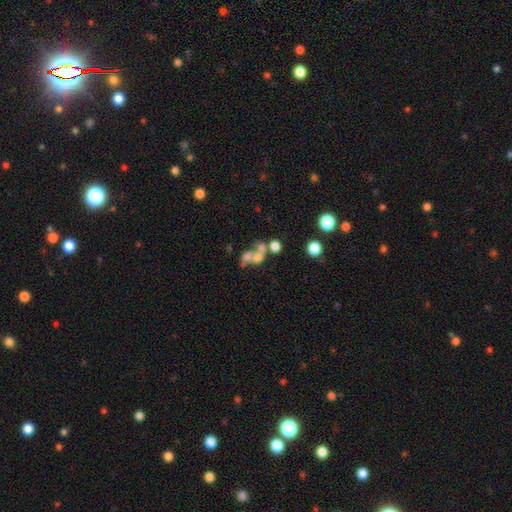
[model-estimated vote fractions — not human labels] Overall: smooth (51%; featured or disk 32%). How rounded: round (55%; in between 43%). Merging: merger (54%; none 25%).